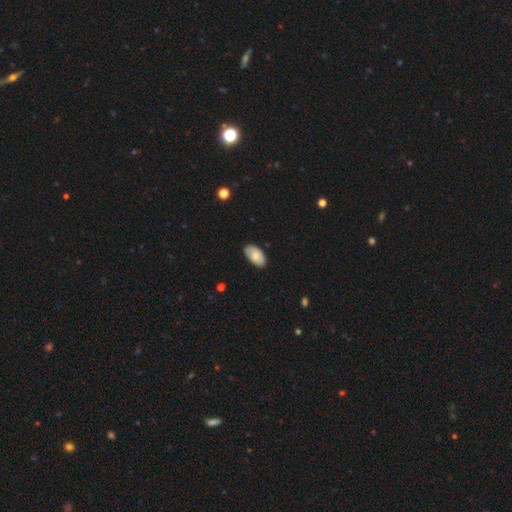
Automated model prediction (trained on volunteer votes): smooth-or-featured: smooth: 76% | featured or disk: 18% | star or artifact: 6%
  how-rounded: in between: 95% | round: 3% | cigar-shaped: 2%
  merging: none: 81% | minor disturbance: 15% | major disturbance: 2% | merger: 1%